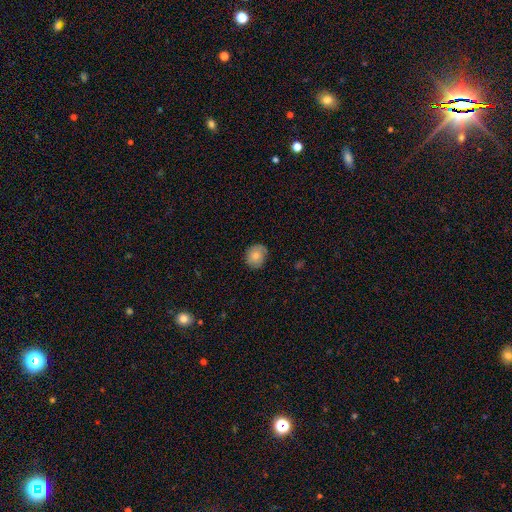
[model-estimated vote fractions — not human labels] This is likely a smooth galaxy (76%). How rounded: likely round (70%). Merging: likely none (77%).